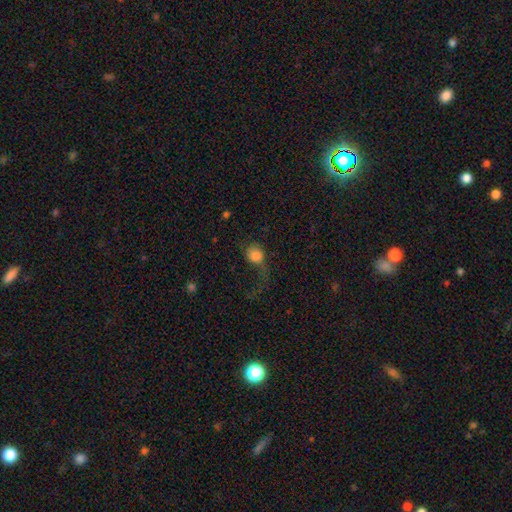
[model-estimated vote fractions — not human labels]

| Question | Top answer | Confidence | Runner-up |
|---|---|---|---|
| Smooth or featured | smooth | 75% | featured or disk (16%) |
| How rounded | round | 64% | in between (34%) |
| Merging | major disturbance | 56% | none (22%) |